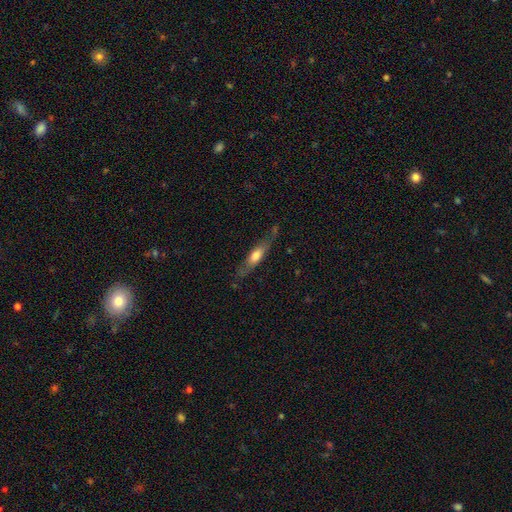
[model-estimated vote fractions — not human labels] This is possibly a smooth galaxy (51%). How rounded: likely cigar-shaped (72%). Merging: likely none (70%).